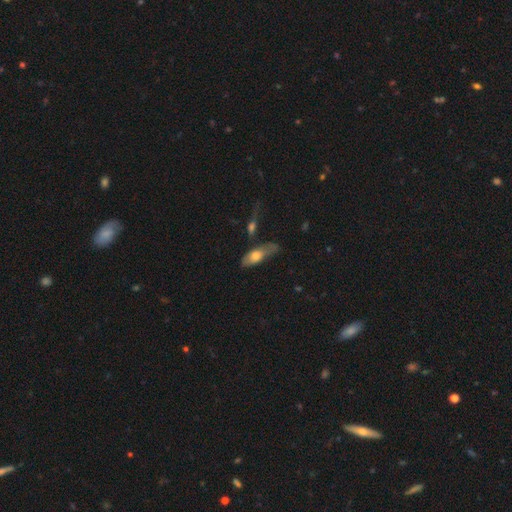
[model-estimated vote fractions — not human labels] Smooth or featured: smooth — 64% (featured or disk — 29%)
How rounded: in between — 73% (cigar-shaped — 24%)
Merging: none — 33% (minor disturbance — 27%)